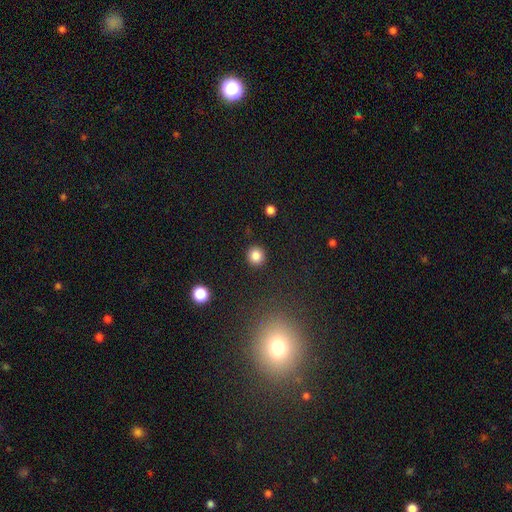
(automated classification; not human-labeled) Morphology: type=smooth (85%); roundness=round (91%); merging=none (91%).